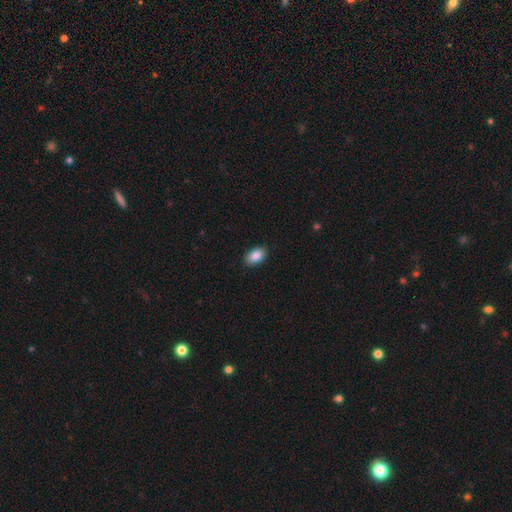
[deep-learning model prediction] Overall: smooth (89%). How rounded: in between (93%). Merging: none (88%).